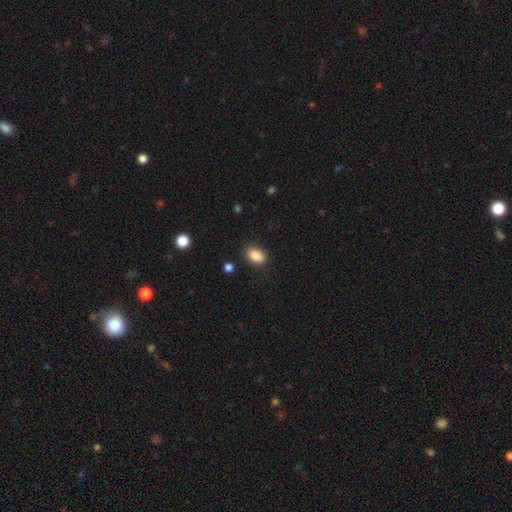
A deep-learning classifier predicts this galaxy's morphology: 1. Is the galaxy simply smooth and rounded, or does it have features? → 87% smooth, 8% star or artifact, 5% featured or disk.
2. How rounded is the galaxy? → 85% in between, 13% round, 2% cigar-shaped.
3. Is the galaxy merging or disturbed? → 87% none, 9% minor disturbance, 2% major disturbance, 2% merger.